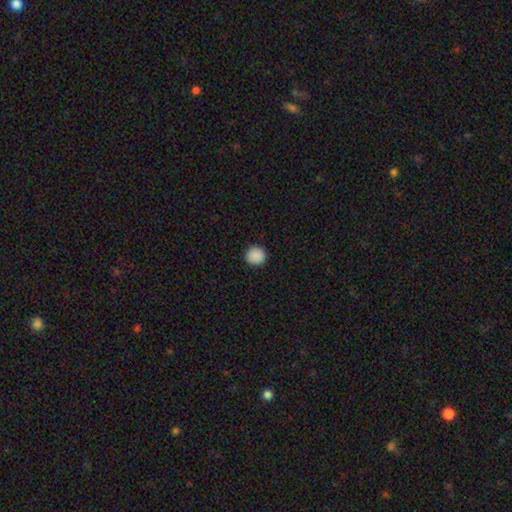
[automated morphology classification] A smooth galaxy with no disk features (90%) that is round (93%).

Vote fractions:
- Smooth or featured? smooth: 90% / star or artifact: 8% / featured or disk: 2%
- How rounded? round: 93% / in between: 6% / cigar-shaped: 1%
- Merging? none: 92% / minor disturbance: 5% / major disturbance: 2% / merger: 1%